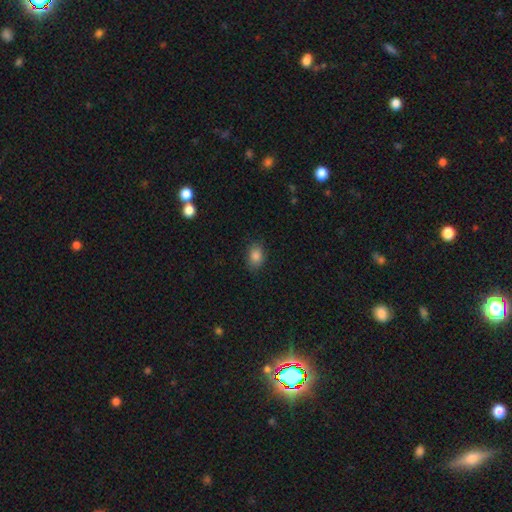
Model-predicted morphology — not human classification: This appears to be a smooth galaxy with no disk features (85%) that is in between round and cigar-shaped (78%). Merging: none (84%).